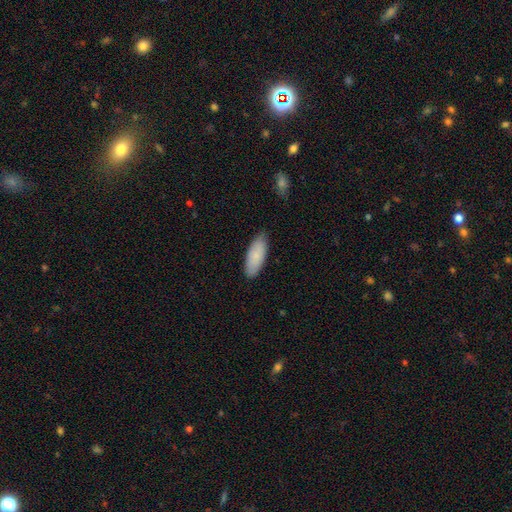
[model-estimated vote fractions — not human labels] A smooth galaxy with no disk features (85%) that is in between round and cigar-shaped (81%).

Vote fractions:
- Smooth or featured? smooth: 85% / featured or disk: 9% / star or artifact: 5%
- How rounded? in between: 81% / cigar-shaped: 18% / round: 2%
- Merging? none: 84% / minor disturbance: 13% / major disturbance: 2% / merger: 1%